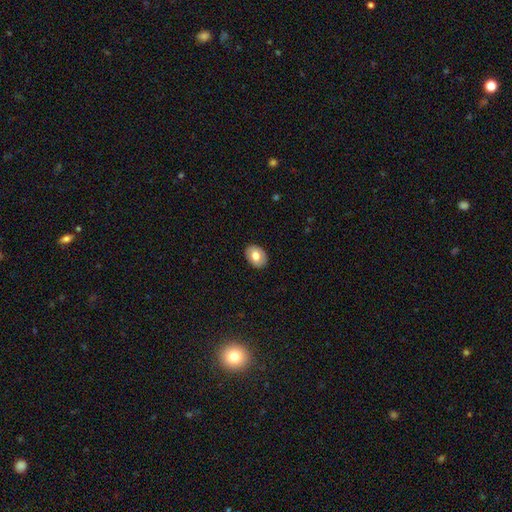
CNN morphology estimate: Smooth or featured: smooth — 72% (featured or disk — 21%)
How rounded: in between — 68% (round — 31%)
Merging: none — 89% (minor disturbance — 8%)